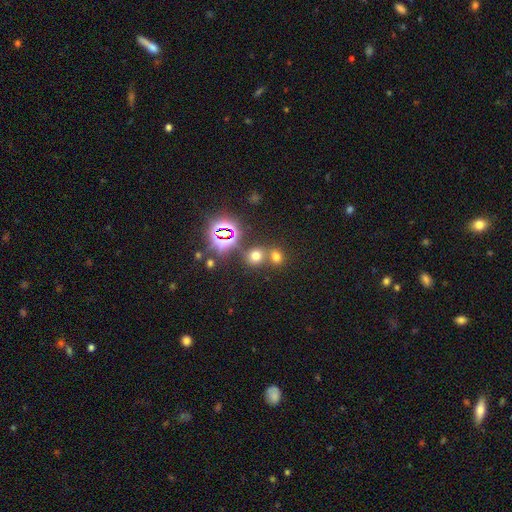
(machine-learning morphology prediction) smooth_or_featured: smooth (p=0.57) [alt: star or artifact p=0.34]
how_rounded: round (p=0.76) [alt: in between p=0.23]
merging: none (p=0.55) [alt: merger p=0.34]